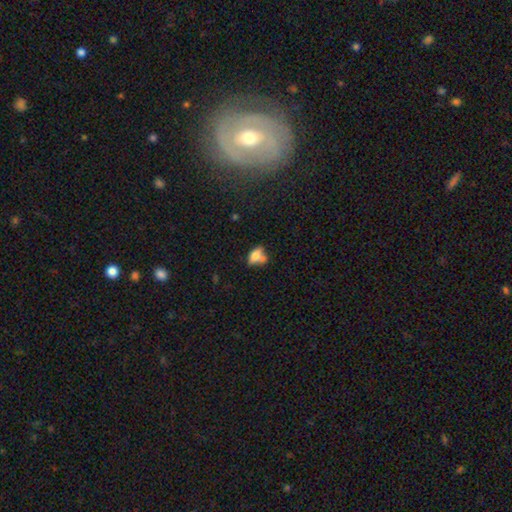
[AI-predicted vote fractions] Morphology: type=smooth (59%); roundness=in between (78%); merging=none (35%).